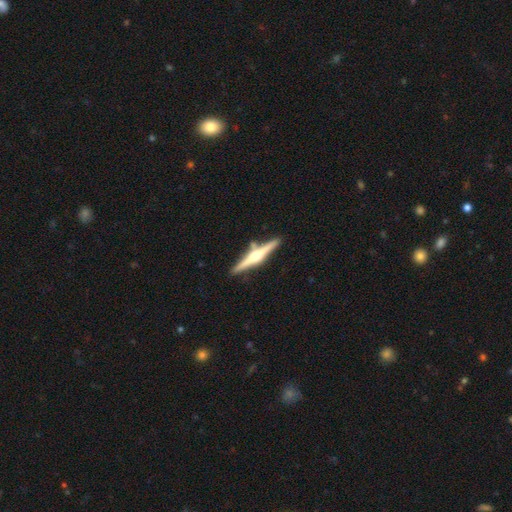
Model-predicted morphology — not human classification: featured or disk 76%, smooth 19%, star or artifact 5%. Down the decision tree: edge-on disk — yes (98%); edge-on bulge — rounded (93%); merging — none (85%).